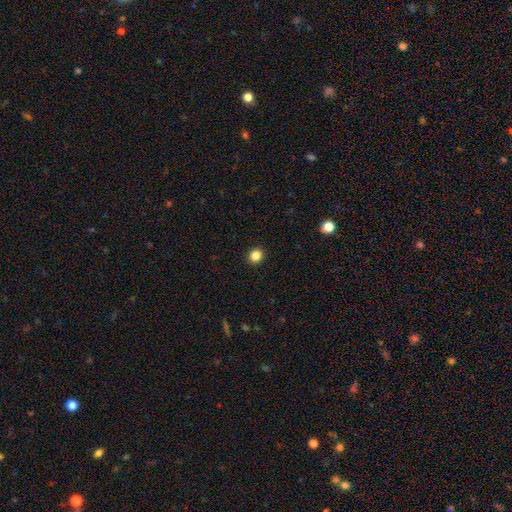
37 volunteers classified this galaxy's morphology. smooth_or_featured: smooth (p=0.92) [alt: featured or disk p=0.05]
how_rounded: round (p=0.79) [alt: in between p=0.21]
merging: none (p=0.89) [alt: major disturbance p=0.06]